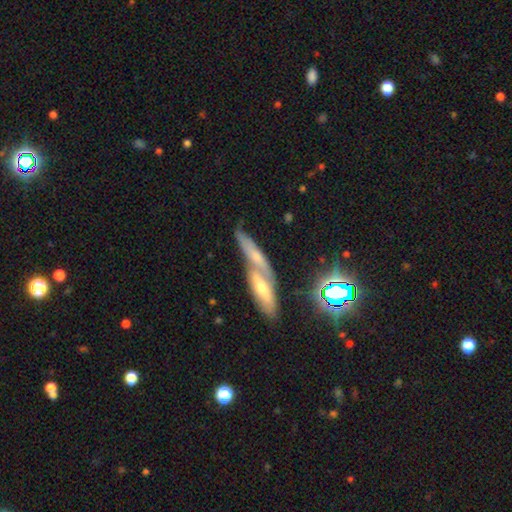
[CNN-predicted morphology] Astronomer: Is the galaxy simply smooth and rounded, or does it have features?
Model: smooth — 48% (runner-up: featured or disk, 40%).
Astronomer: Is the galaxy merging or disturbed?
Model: merger — 60%.